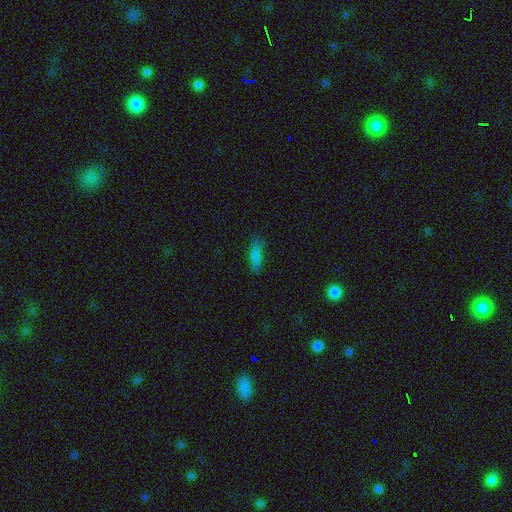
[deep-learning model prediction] Morphology: type=smooth (82%); roundness=cigar-shaped (52%); merging=none (78%).